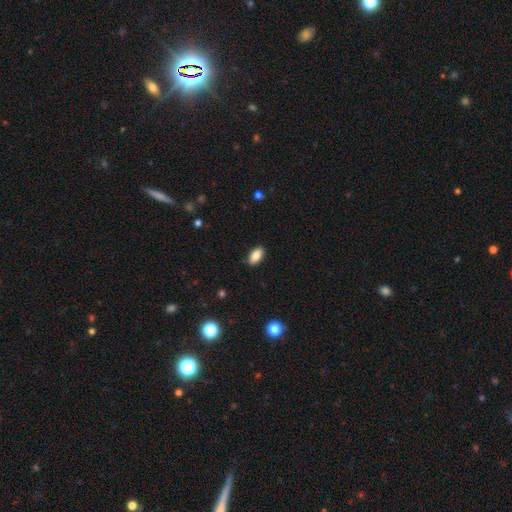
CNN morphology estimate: A smooth galaxy with no disk features (84%) that is in between round and cigar-shaped (91%).

Vote fractions:
- Smooth or featured? smooth: 84% / featured or disk: 8% / star or artifact: 8%
- How rounded? in between: 91% / cigar-shaped: 5% / round: 3%
- Merging? none: 88% / minor disturbance: 9% / major disturbance: 2% / merger: 1%